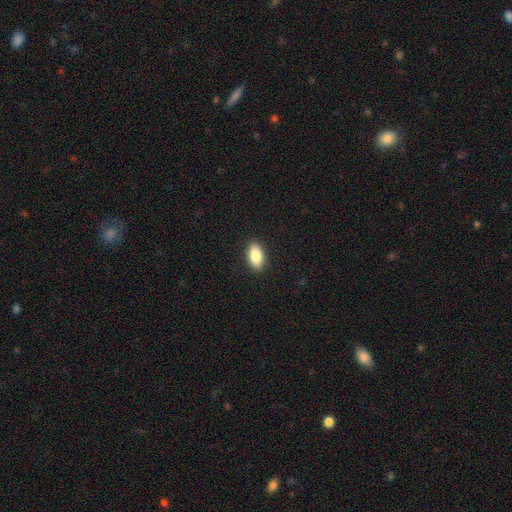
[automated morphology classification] This is clearly a smooth galaxy (86%). How rounded: clearly in between (92%). Merging: clearly none (90%).